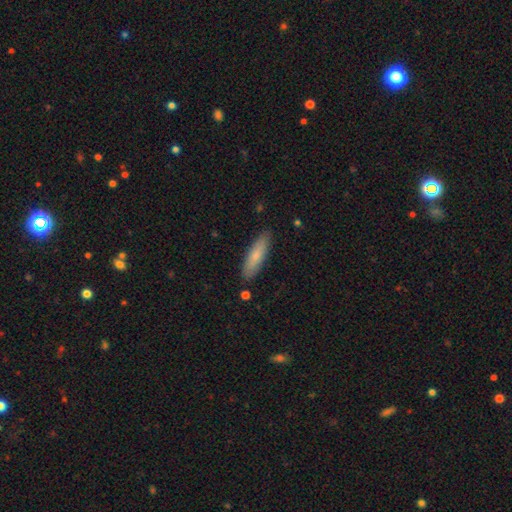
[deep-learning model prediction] Morphology: type=smooth (77%); roundness=cigar-shaped (70%); merging=none (86%).